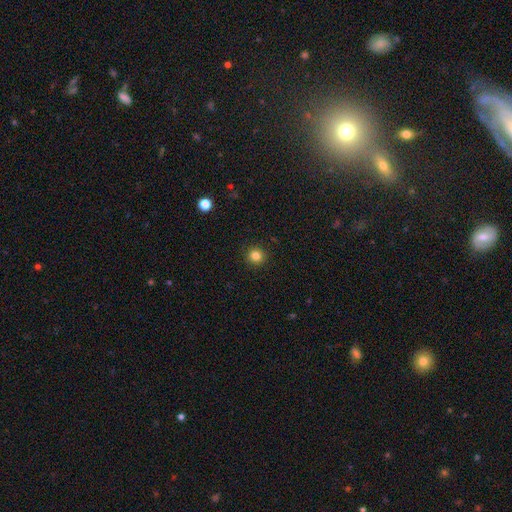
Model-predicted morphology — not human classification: A smooth galaxy with no disk features (83%) that is round (94%). Merging: none (92%).